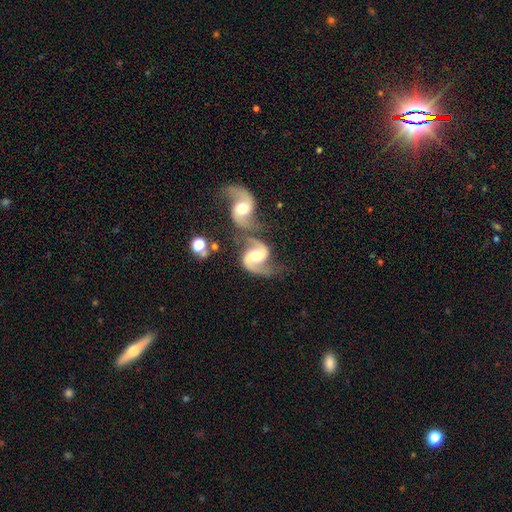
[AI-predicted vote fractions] Smooth or featured? Predicted: featured or disk (p=0.91). Edge-on disk? Predicted: no (p=0.98). Bar? Predicted: weak (p=0.45). Spiral arms? Predicted: yes (p=0.98). Spiral winding? Predicted: medium (p=0.59). Spiral arm count? Predicted: 2 (p=0.93). Bulge size? Predicted: moderate (p=0.66). Merging? Predicted: merger (p=0.46).